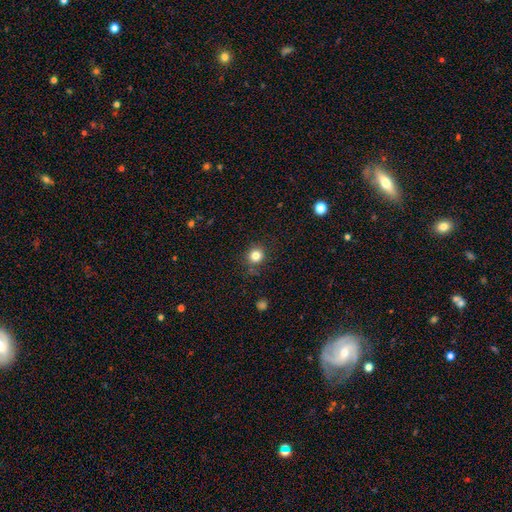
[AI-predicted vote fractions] This is clearly a smooth galaxy (82%). How rounded: clearly round (90%). Merging: clearly none (85%).